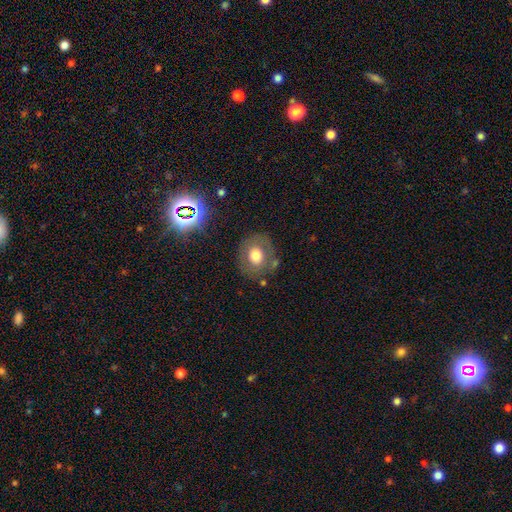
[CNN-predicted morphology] Q: Smooth or featured?
A: smooth (64%); runner-up: featured or disk (24%)
Q: How rounded?
A: round (72%); runner-up: in between (27%)
Q: Merging?
A: none (77%); runner-up: minor disturbance (13%)